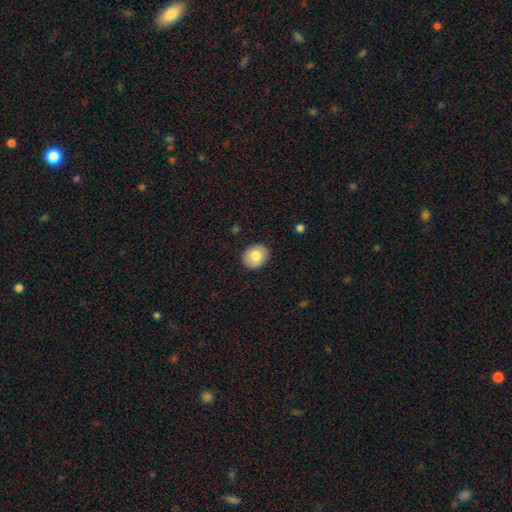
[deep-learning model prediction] Morphology: type=smooth (78%); roundness=round (58%); merging=none (89%).